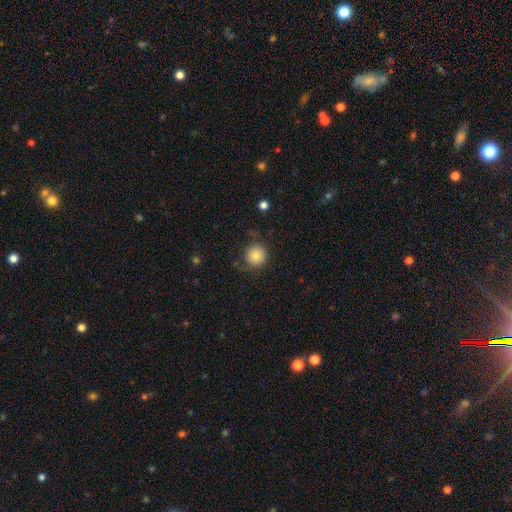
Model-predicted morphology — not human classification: Smooth or featured?
  - smooth: 82% *
  - star or artifact: 10%
  - featured or disk: 8%
How rounded?
  - round: 94% *
  - in between: 5%
  - cigar-shaped: 1%
Merging?
  - none: 78% *
  - minor disturbance: 15%
  - major disturbance: 5%
  - merger: 2%